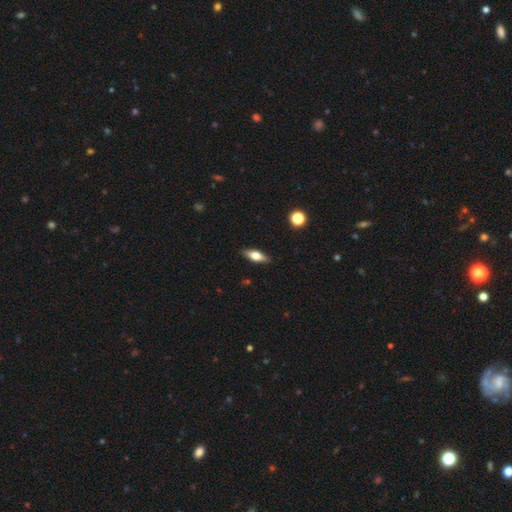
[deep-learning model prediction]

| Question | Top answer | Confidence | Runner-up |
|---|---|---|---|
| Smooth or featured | smooth | 57% | featured or disk (36%) |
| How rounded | in between | 63% | cigar-shaped (34%) |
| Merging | none | 88% | minor disturbance (9%) |